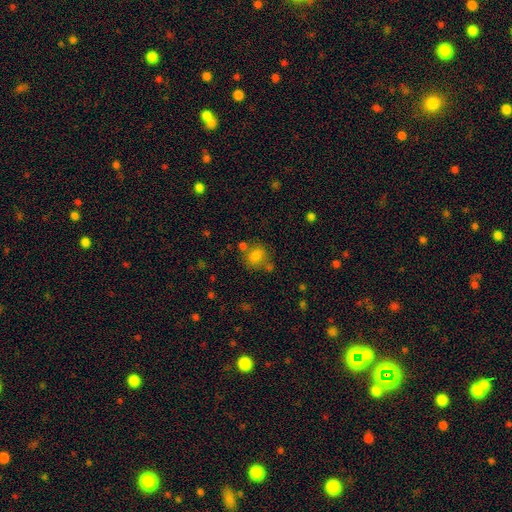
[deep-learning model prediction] Smooth or featured: smooth — 79% (star or artifact — 12%)
How rounded: round — 64% (in between — 35%)
Merging: none — 60% (merger — 18%)